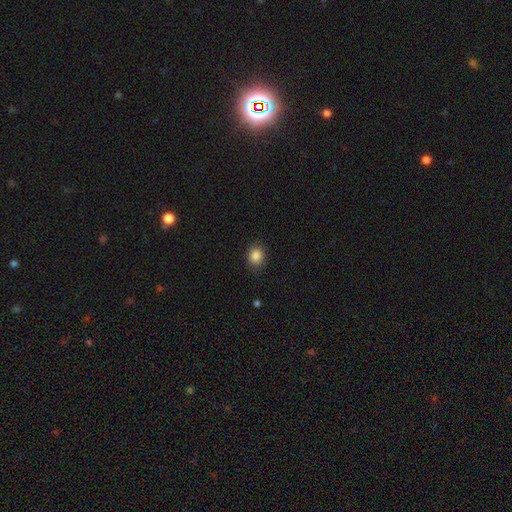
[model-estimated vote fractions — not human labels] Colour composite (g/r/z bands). It shows a smooth galaxy with no disk features (87%) that is round (69%). Merging: none (85%).